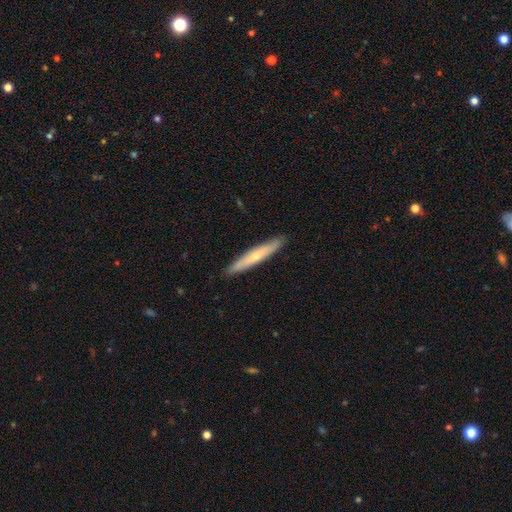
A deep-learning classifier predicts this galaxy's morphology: smooth 49%, featured or disk 45%, star or artifact 6%. Down the decision tree: merging — none (90%).